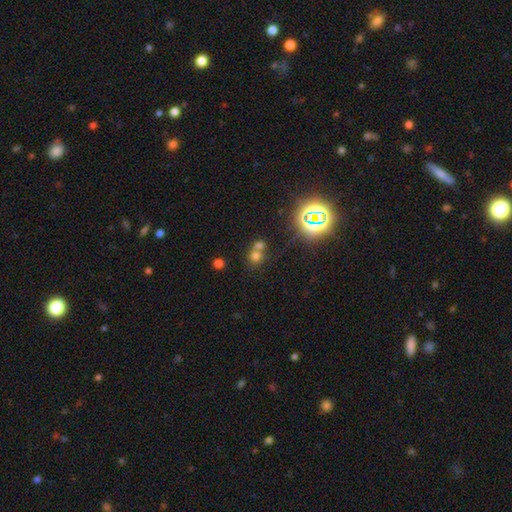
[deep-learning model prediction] Smooth or featured: smooth — 59% (star or artifact — 28%)
How rounded: round — 79% (in between — 20%)
Merging: merger — 51% (none — 40%)